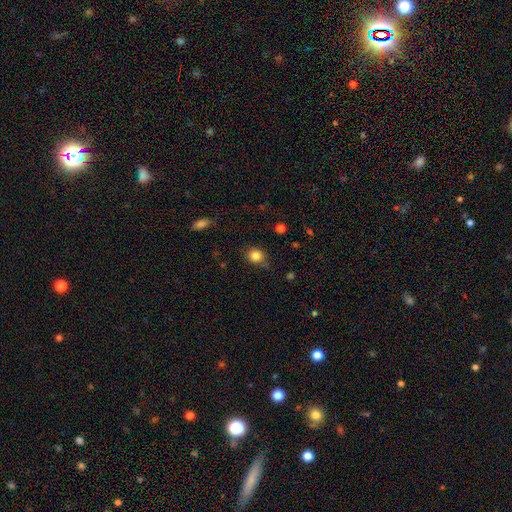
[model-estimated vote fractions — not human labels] Overall: smooth (84%). How rounded: round (80%). Merging: none (74%).